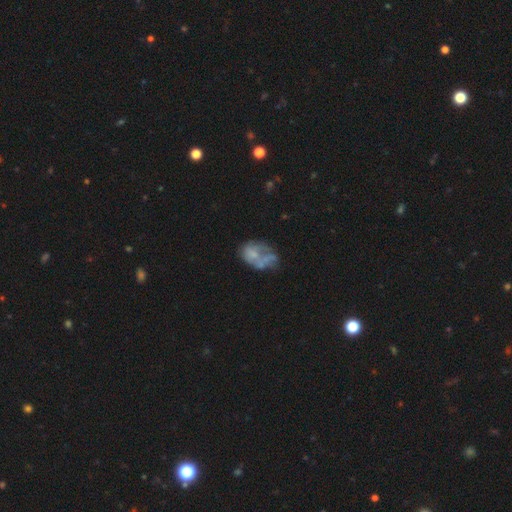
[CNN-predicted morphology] featured or disk 45%, smooth 42%, star or artifact 12%. Down the decision tree: merging — none (32%).